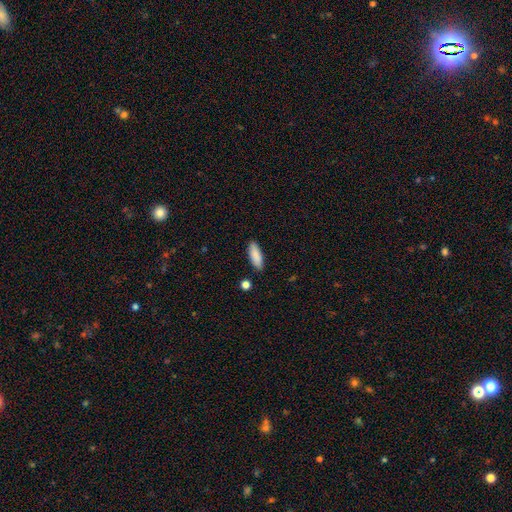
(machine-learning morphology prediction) smooth 87%, featured or disk 6%, star or artifact 6%. Down the decision tree: how rounded — in between (63%); merging — none (86%).